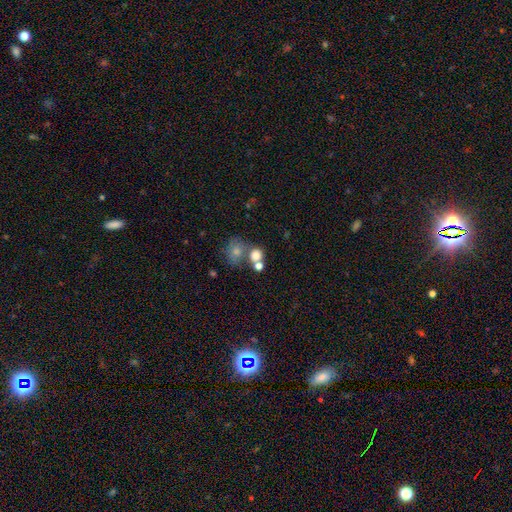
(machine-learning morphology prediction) smooth-or-featured: smooth: 74% | star or artifact: 14% | featured or disk: 12%
  how-rounded: round: 72% | in between: 27% | cigar-shaped: 1%
  merging: none: 45% | merger: 38% | minor disturbance: 10% | major disturbance: 6%